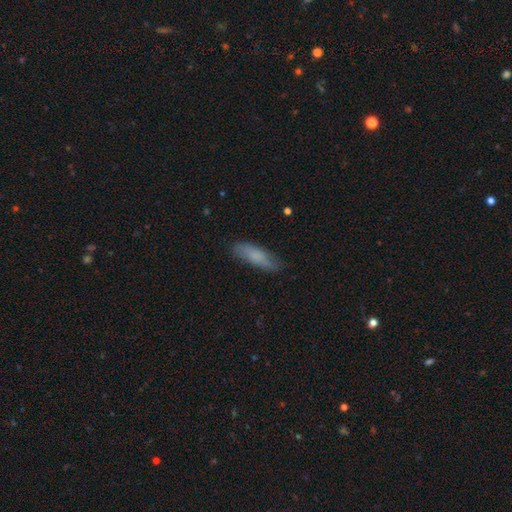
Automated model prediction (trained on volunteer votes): smooth-or-featured: smooth: 78% | featured or disk: 15% | star or artifact: 6%
  how-rounded: cigar-shaped: 53% | in between: 46% | round: 2%
  merging: none: 77% | minor disturbance: 18% | major disturbance: 4% | merger: 1%